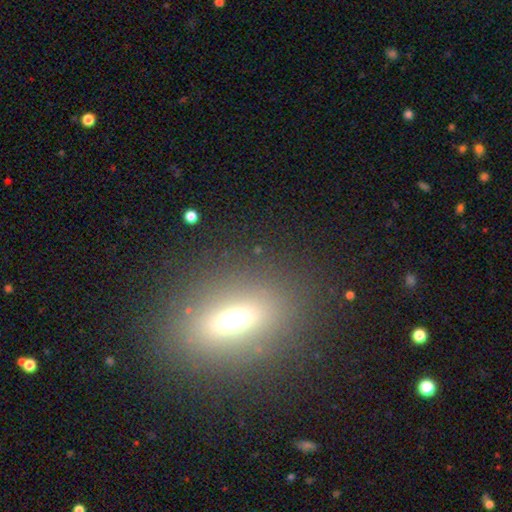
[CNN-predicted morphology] This appears to be a smooth galaxy with no disk features (52%) that is in between round and cigar-shaped (69%). Merging: none (87%).